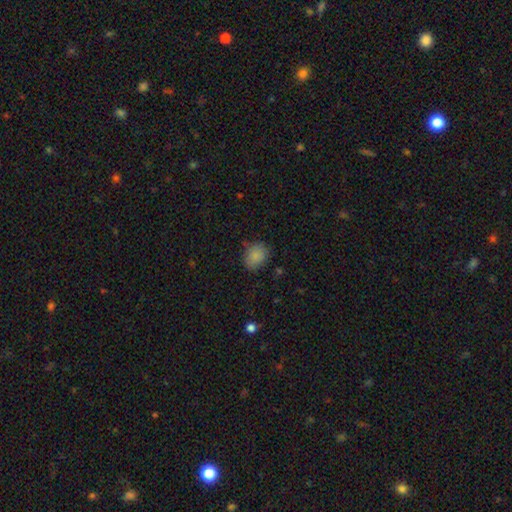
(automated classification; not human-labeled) Smooth or featured: smooth — 85% (star or artifact — 9%)
How rounded: round — 56% (in between — 43%)
Merging: none — 76% (minor disturbance — 18%)